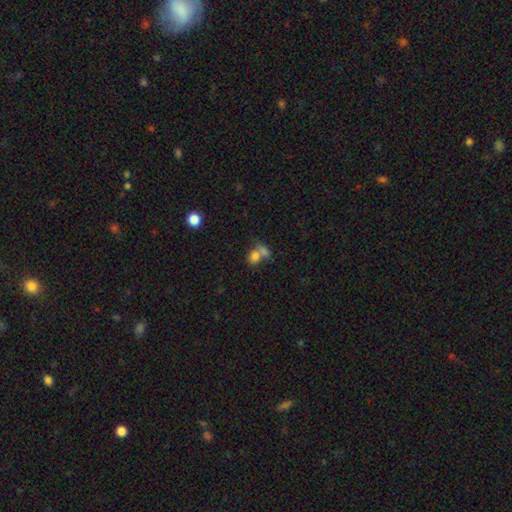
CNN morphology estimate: Overall: smooth (77%). How rounded: round (57%; in between 41%). Merging: merger (53%; none 32%).